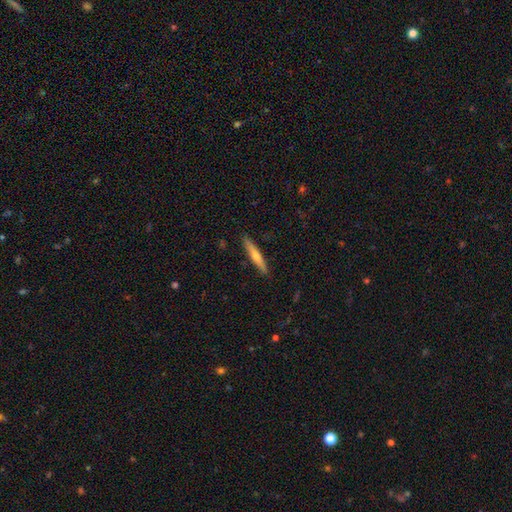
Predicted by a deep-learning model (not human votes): smooth_or_featured: featured or disk (p=0.51) [alt: smooth p=0.43]
disk_edge_on: yes (p=0.95) [alt: no p=0.05]
merging: none (p=0.90) [alt: minor disturbance p=0.07]